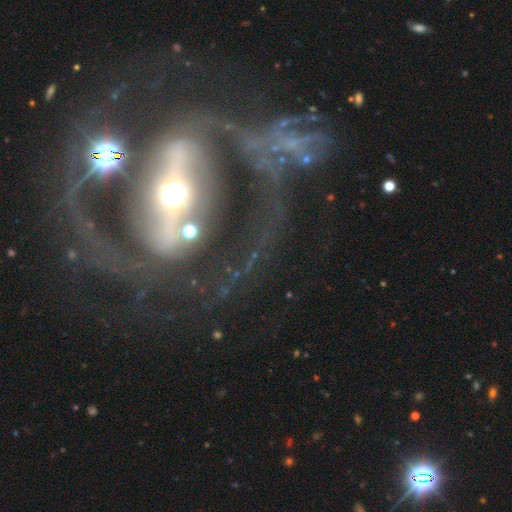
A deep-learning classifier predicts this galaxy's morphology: This is clearly a featured or disk galaxy (88%). It is clearly not viewed edge-on (93%). Bar: likely strong (75%). Spiral arm pattern: clearly yes (84%). Spiral arm count: clearly 2 (86%). Spiral winding: possibly medium (48%). Central bulge: possibly moderate (57%). Merging: possibly none (58%).